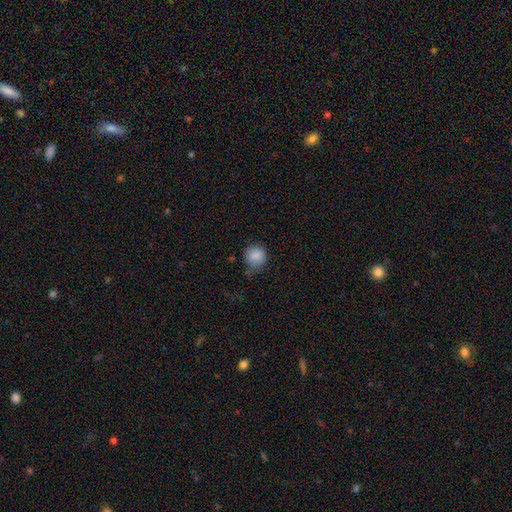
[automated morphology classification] Overall: smooth (86%). How rounded: round (83%). Merging: none (56%; minor disturbance 30%).